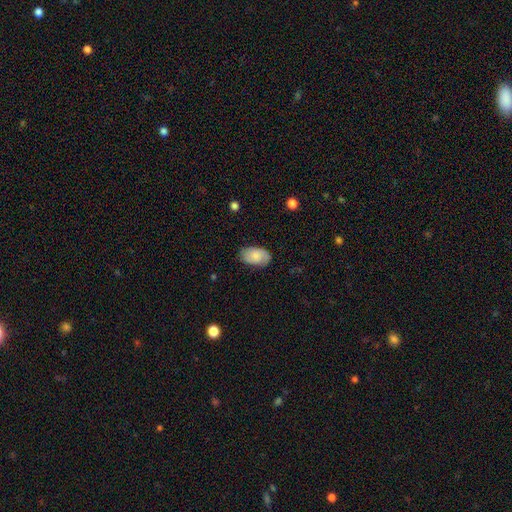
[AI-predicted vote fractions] smooth-or-featured: smooth: 72% | featured or disk: 21% | star or artifact: 7%
  how-rounded: in between: 93% | round: 6% | cigar-shaped: 1%
  merging: none: 77% | minor disturbance: 18% | major disturbance: 4% | merger: 1%